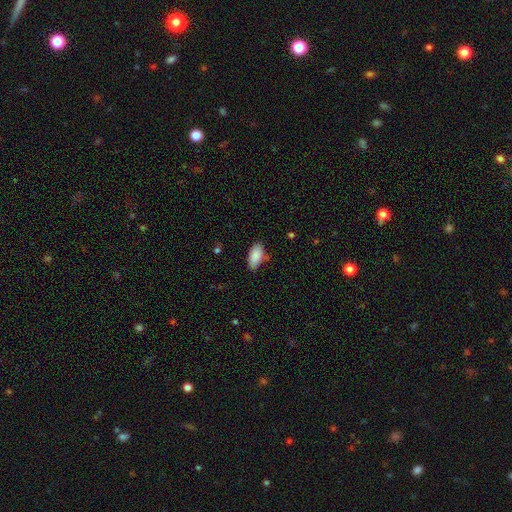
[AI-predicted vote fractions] Q: Smooth or featured?
A: smooth (88%); runner-up: star or artifact (6%)
Q: How rounded?
A: in between (93%); runner-up: cigar-shaped (5%)
Q: Merging?
A: none (77%); runner-up: minor disturbance (18%)